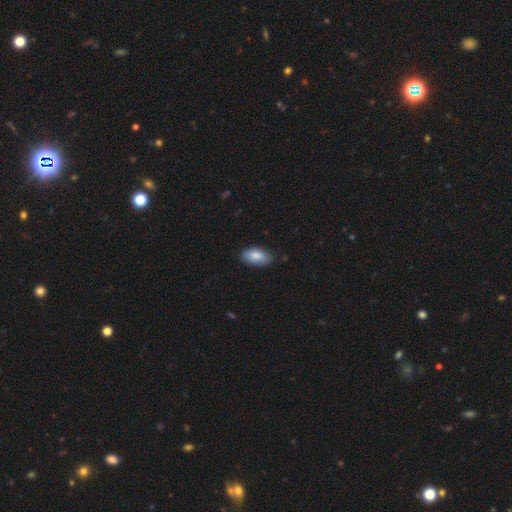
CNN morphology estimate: Smooth or featured?
  - smooth: 85% *
  - featured or disk: 9%
  - star or artifact: 6%
How rounded?
  - in between: 93% *
  - cigar-shaped: 5%
  - round: 3%
Merging?
  - none: 79% *
  - minor disturbance: 17%
  - major disturbance: 2%
  - merger: 1%